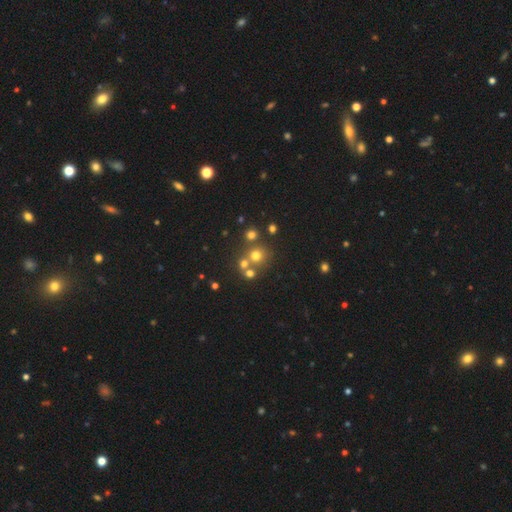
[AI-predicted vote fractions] Smooth or featured: smooth — 65% (star or artifact — 22%)
How rounded: round — 89% (in between — 10%)
Merging: none — 61% (merger — 27%)